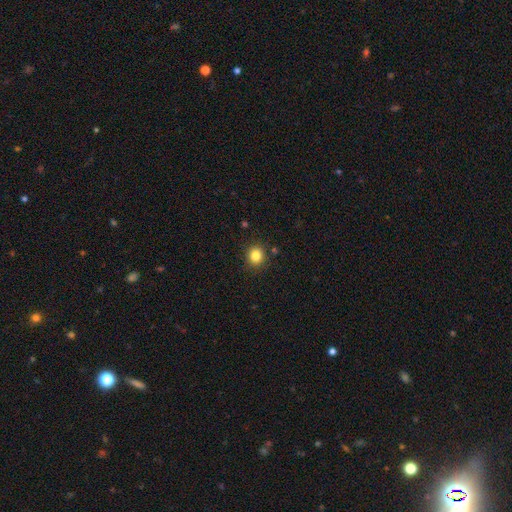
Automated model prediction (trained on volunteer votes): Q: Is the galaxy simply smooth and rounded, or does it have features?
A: smooth — 84%.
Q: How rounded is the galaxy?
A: round — 88%.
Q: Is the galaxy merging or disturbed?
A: none — 88%.